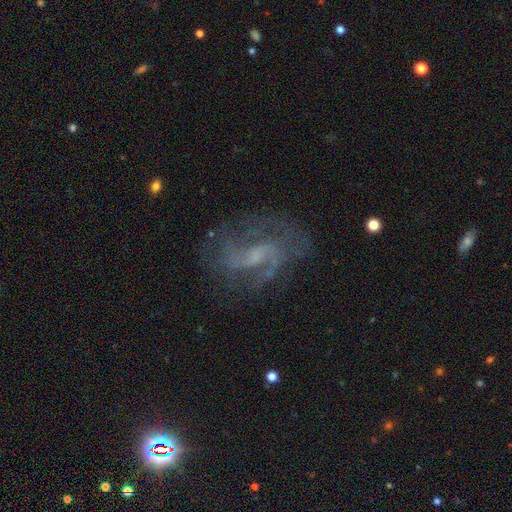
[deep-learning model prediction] smooth-or-featured: featured or disk: 83% | star or artifact: 9% | smooth: 8%
  disk-edge-on: no: 97% | yes: 3%
    bar: weak: 54% | no: 31% | strong: 15%
    has-spiral-arms: yes: 93% | no: 7%
      spiral-winding: medium: 50% | loose: 32% | tight: 18%
      spiral-arm-count: 2: 70% | can't tell: 13% | 3: 7% | 1: 4% | 4: 3% | more than 4: 3%
    bulge-size: small: 40% | none: 36% | moderate: 20% | large: 2% | dominant: 1%
  merging: none: 67% | minor disturbance: 17% | major disturbance: 14% | merger: 2%